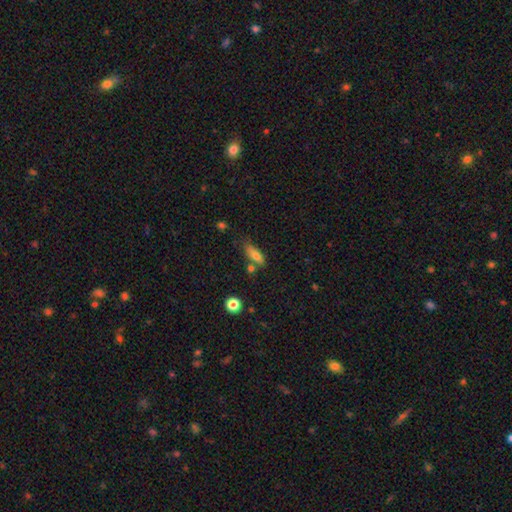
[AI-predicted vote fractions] smooth-or-featured: smooth: 73% | featured or disk: 18% | star or artifact: 9%
  how-rounded: in between: 63% | cigar-shaped: 33% | round: 4%
  merging: none: 60% | minor disturbance: 21% | merger: 13% | major disturbance: 6%